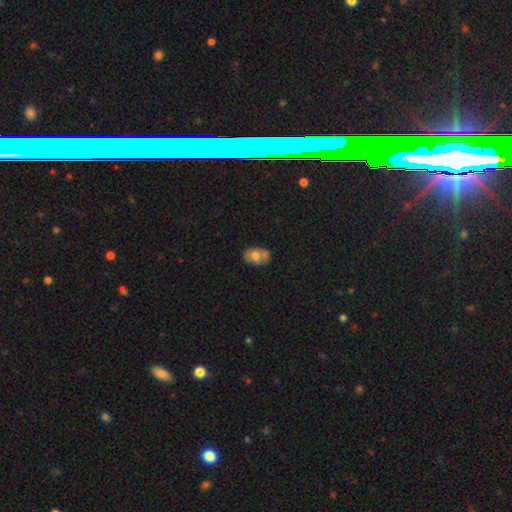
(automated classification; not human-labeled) Overall: smooth (62%; featured or disk 30%). How rounded: in between (81%). Merging: none (65%).